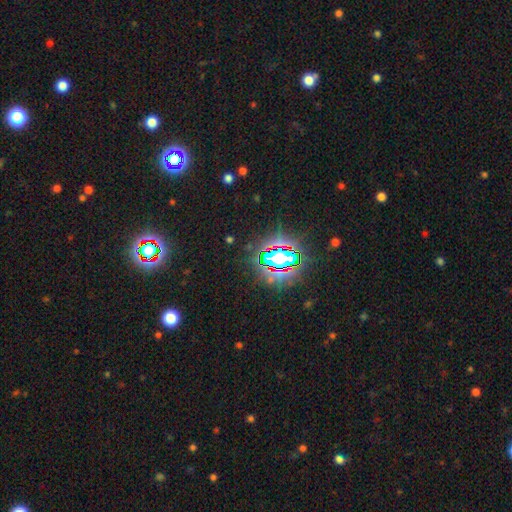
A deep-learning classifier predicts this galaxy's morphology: smooth-or-featured: star or artifact: 82% | smooth: 11% | featured or disk: 7%